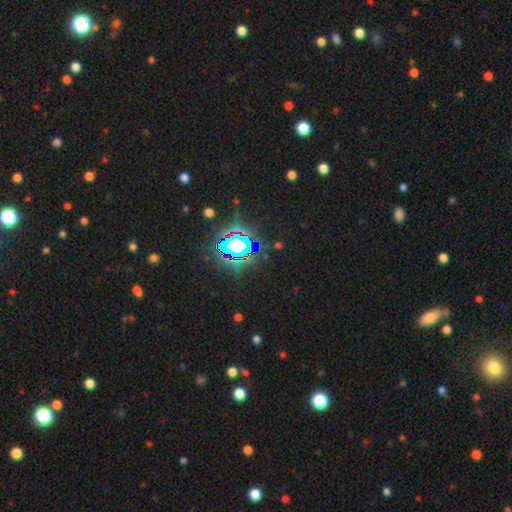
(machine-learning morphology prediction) This appears to be a star or artifact, not a galaxy (83%).